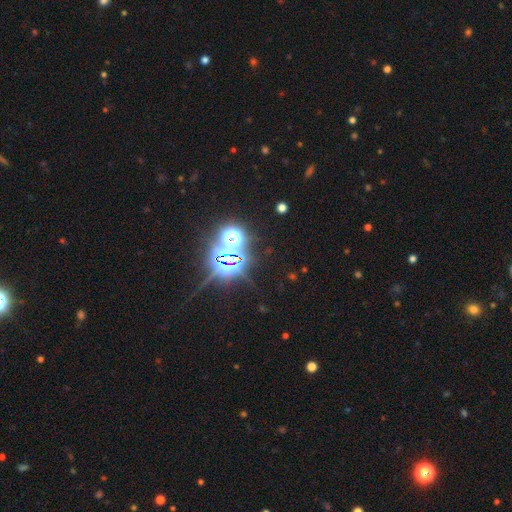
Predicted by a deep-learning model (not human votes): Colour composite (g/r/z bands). It shows a star or artifact, not a galaxy (80%).